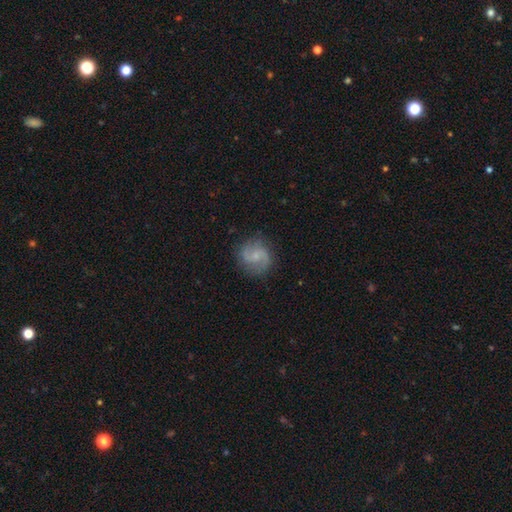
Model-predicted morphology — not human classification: smooth_or_featured: featured or disk (p=0.75) [alt: smooth p=0.18]
disk_edge_on: no (p=0.98) [alt: yes p=0.02]
bar: no (p=0.52) [alt: weak p=0.41]
has_spiral_arms: yes (p=0.95) [alt: no p=0.05]
spiral_winding: medium (p=0.48) [alt: loose p=0.35]
spiral_arm_count: 2 (p=0.89) [alt: can't tell p=0.05]
bulge_size: small (p=0.62) [alt: moderate p=0.20]
merging: none (p=0.81) [alt: minor disturbance p=0.13]